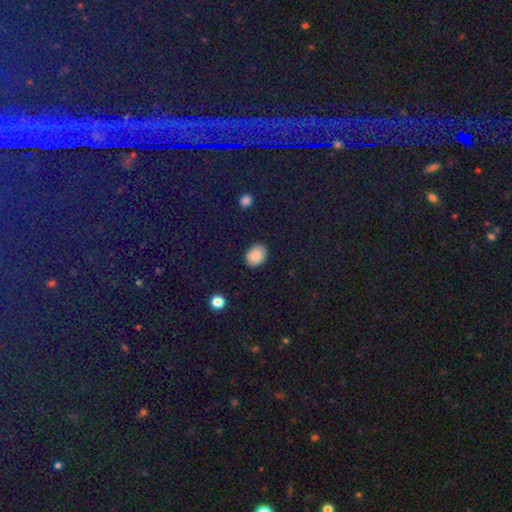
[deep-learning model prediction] A smooth galaxy with no disk features (84%) that is in between round and cigar-shaped (69%).

Vote fractions:
- Smooth or featured? smooth: 84% / star or artifact: 10% / featured or disk: 6%
- How rounded? in between: 69% / round: 30% / cigar-shaped: 1%
- Merging? none: 85% / minor disturbance: 11% / major disturbance: 2% / merger: 1%